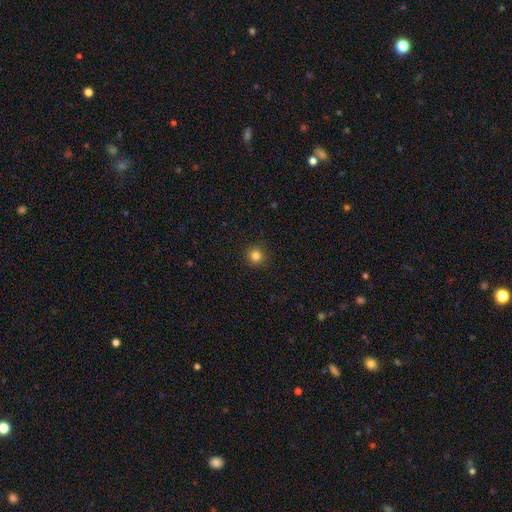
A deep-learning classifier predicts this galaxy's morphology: This appears to be a smooth galaxy with no disk features (82%) that is round (94%). Merging: none (91%).